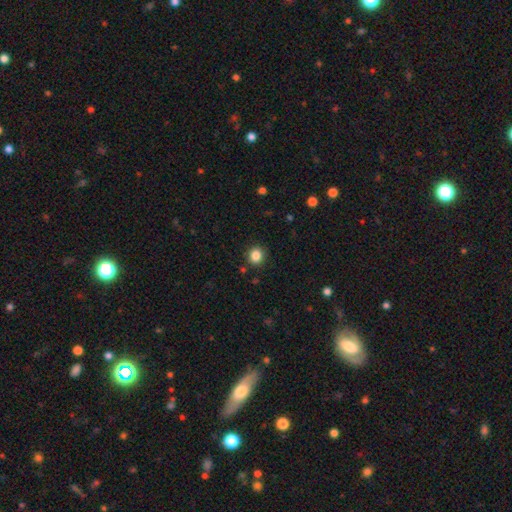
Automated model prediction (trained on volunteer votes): smooth_or_featured: smooth (p=0.85) [alt: star or artifact p=0.11]
how_rounded: round (p=0.79) [alt: in between p=0.20]
merging: none (p=0.89) [alt: minor disturbance p=0.07]